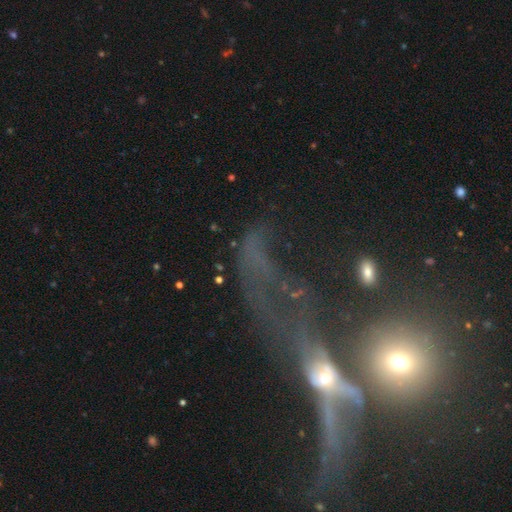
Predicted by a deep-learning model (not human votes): This is marginally a featured or disk galaxy (44%). Merging: marginally merger (40%).